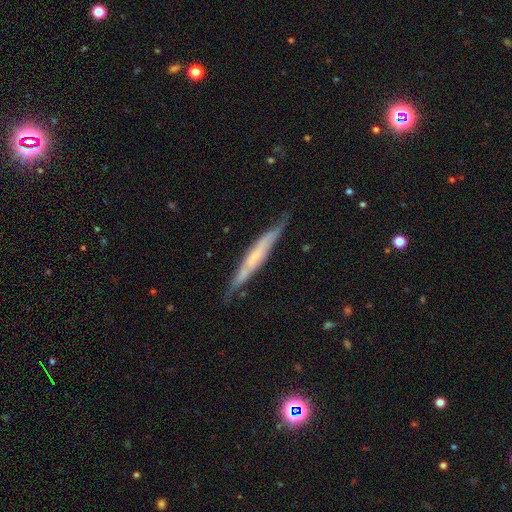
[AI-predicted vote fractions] Smooth or featured?
  - featured or disk: 60% *
  - smooth: 34%
  - star or artifact: 6%
Edge-on disk?
  - yes: 87% *
  - no: 13%
Edge-on bulge?
  - none: 56% *
  - rounded: 23%
  - boxy: 21%
Merging?
  - none: 71% *
  - minor disturbance: 22%
  - major disturbance: 5%
  - merger: 2%